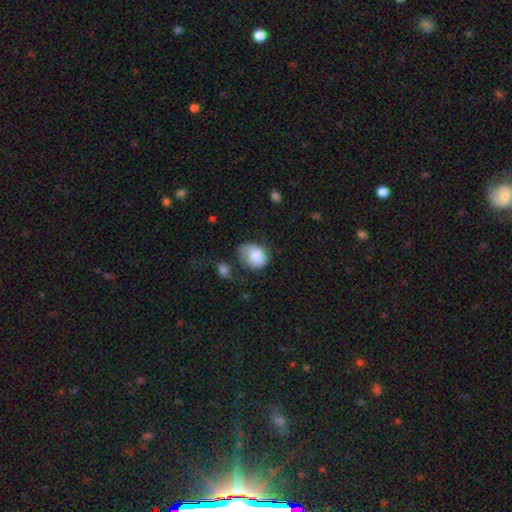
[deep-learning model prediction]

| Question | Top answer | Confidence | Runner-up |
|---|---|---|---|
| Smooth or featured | smooth | 79% | featured or disk (14%) |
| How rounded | in between | 59% | round (40%) |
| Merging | none | 40% | minor disturbance (36%) |